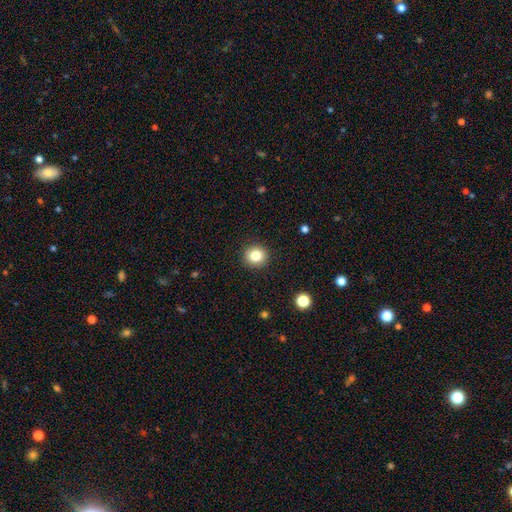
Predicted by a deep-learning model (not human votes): Smooth or featured: smooth — 82% (star or artifact — 11%)
How rounded: round — 91% (in between — 8%)
Merging: none — 92% (minor disturbance — 5%)